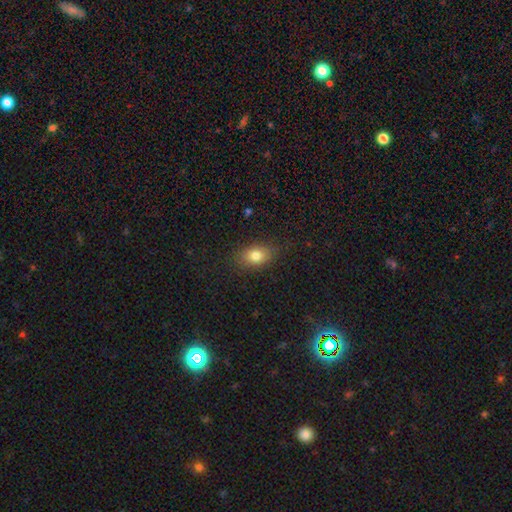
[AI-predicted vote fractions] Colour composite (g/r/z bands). It shows a smooth galaxy with no disk features (80%) that is in between round and cigar-shaped (80%). Merging: none (83%).